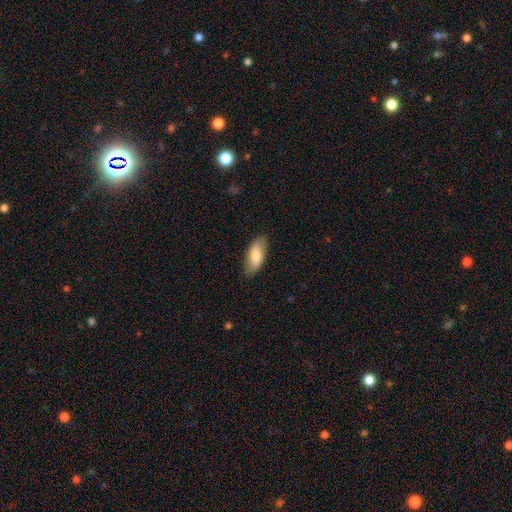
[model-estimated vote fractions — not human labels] smooth_or_featured: smooth (p=0.81) [alt: featured or disk p=0.13]
how_rounded: in between (p=0.83) [alt: cigar-shaped p=0.15]
merging: none (p=0.82) [alt: minor disturbance p=0.14]